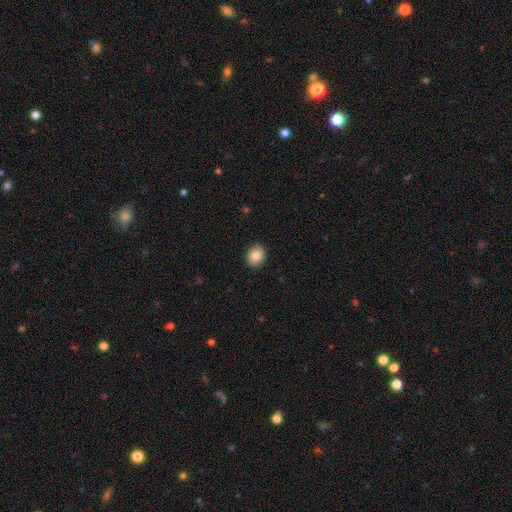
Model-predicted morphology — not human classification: This appears to be a smooth galaxy with no disk features (85%) that is round (62%). Merging: none (91%).